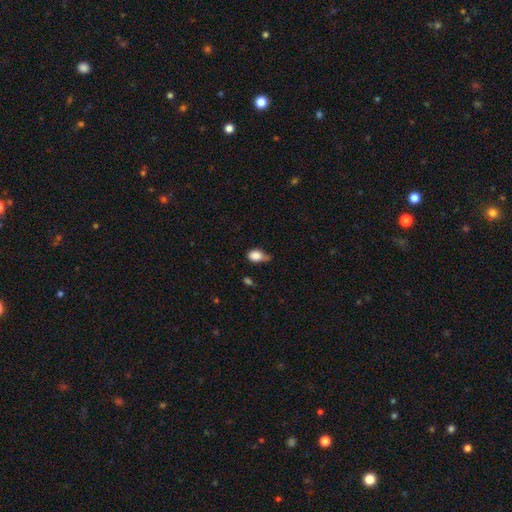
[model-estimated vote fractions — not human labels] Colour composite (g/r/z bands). It shows a smooth galaxy with no disk features (84%) that is in between round and cigar-shaped (67%). Merging: minor disturbance (44%).